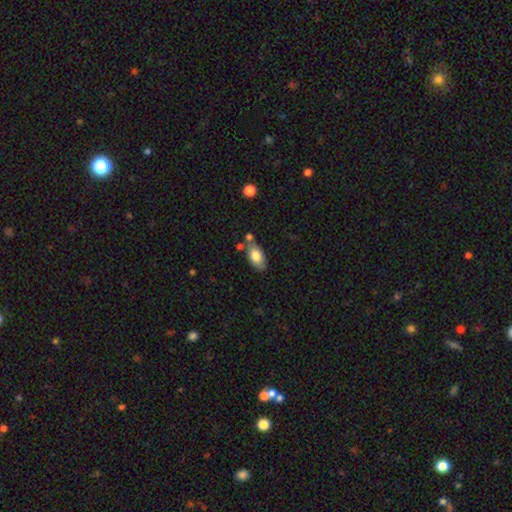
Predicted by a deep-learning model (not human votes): A smooth galaxy with no disk features (78%) that is in between round and cigar-shaped (91%).

Vote fractions:
- Smooth or featured? smooth: 78% / featured or disk: 15% / star or artifact: 7%
- How rounded? in between: 91% / round: 5% / cigar-shaped: 4%
- Merging? none: 59% / minor disturbance: 19% / merger: 16% / major disturbance: 5%